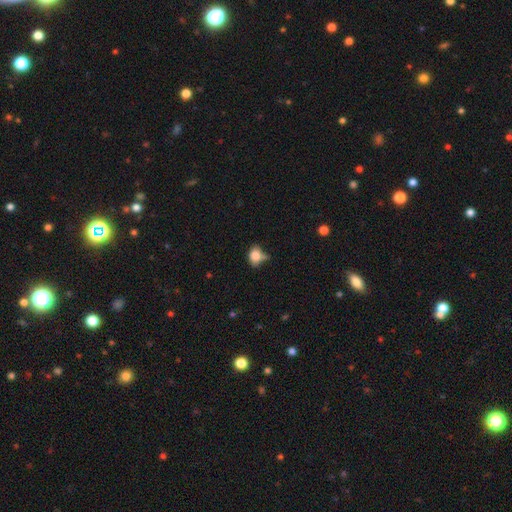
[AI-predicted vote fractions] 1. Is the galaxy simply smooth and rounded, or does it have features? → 82% smooth, 9% star or artifact, 8% featured or disk.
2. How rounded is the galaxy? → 66% in between, 32% round, 2% cigar-shaped.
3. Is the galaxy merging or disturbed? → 48% none, 30% minor disturbance, 14% merger, 9% major disturbance.